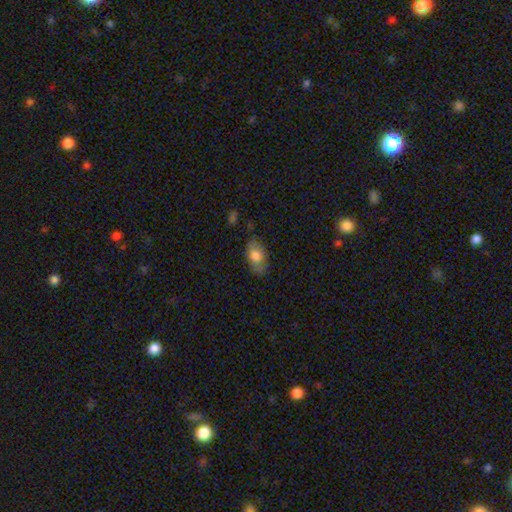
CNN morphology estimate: This is likely a smooth galaxy (72%). How rounded: clearly in between (91%). Merging: likely none (73%).